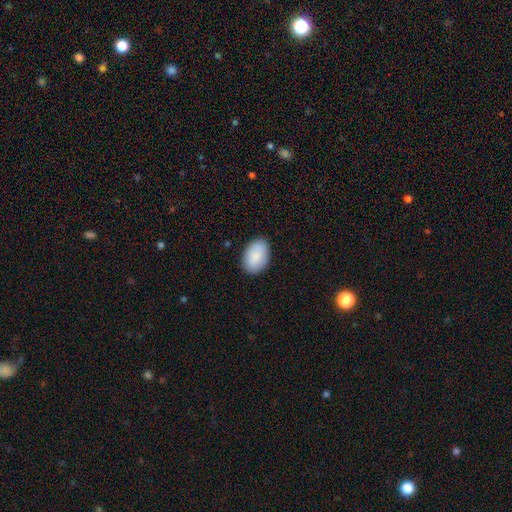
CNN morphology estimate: A smooth galaxy with no disk features (88%) that is in between round and cigar-shaped (88%).

Vote fractions:
- Smooth or featured? smooth: 88% / star or artifact: 6% / featured or disk: 6%
- How rounded? in between: 88% / round: 11% / cigar-shaped: 1%
- Merging? none: 87% / minor disturbance: 10% / major disturbance: 2% / merger: 1%